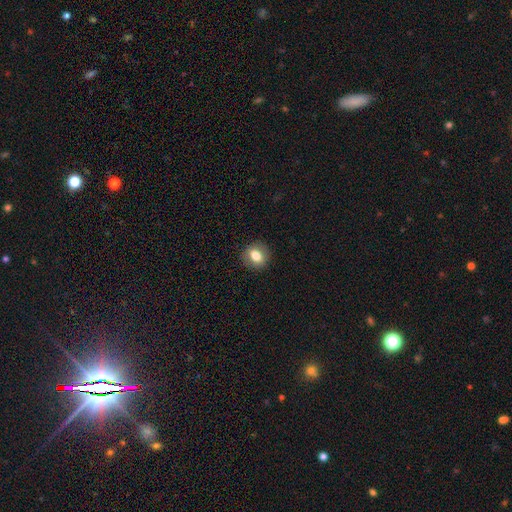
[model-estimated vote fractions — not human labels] Morphology: type=smooth (77%); roundness=round (65%); merging=none (88%).